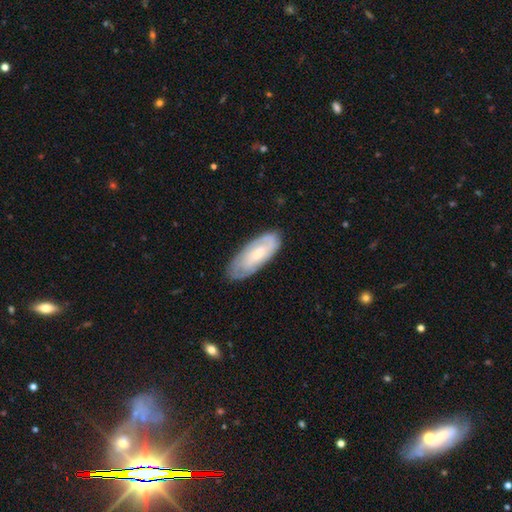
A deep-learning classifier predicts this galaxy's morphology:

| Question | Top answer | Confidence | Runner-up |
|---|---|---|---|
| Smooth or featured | featured or disk | 51% | smooth (42%) |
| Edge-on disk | no | 83% | yes (17%) |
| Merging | none | 80% | minor disturbance (16%) |